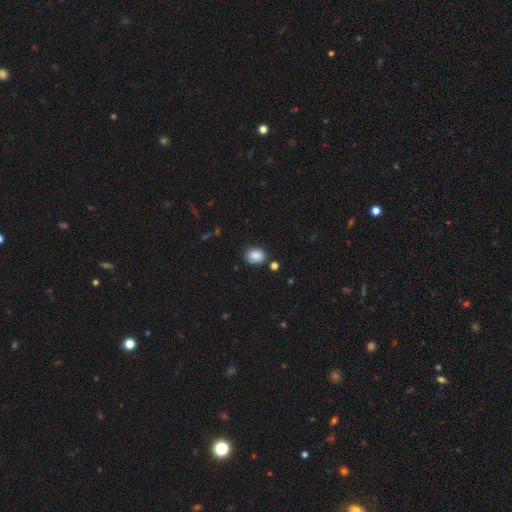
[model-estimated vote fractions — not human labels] This appears to be a smooth galaxy with no disk features (87%) that is in between round and cigar-shaped (64%). Merging: none (81%).